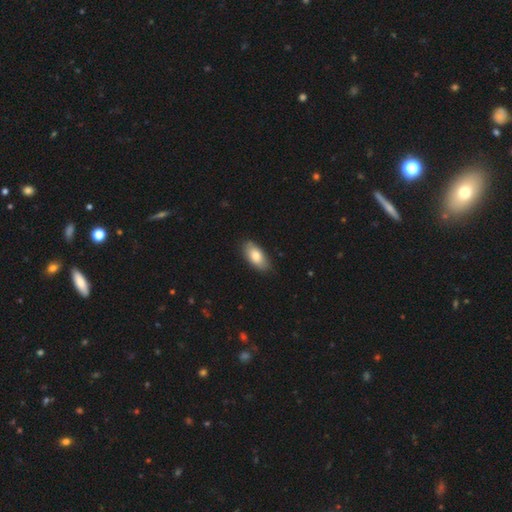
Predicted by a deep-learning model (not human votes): smooth_or_featured: smooth (p=0.80) [alt: featured or disk p=0.14]
how_rounded: in between (p=0.91) [alt: cigar-shaped p=0.06]
merging: none (p=0.82) [alt: minor disturbance p=0.15]